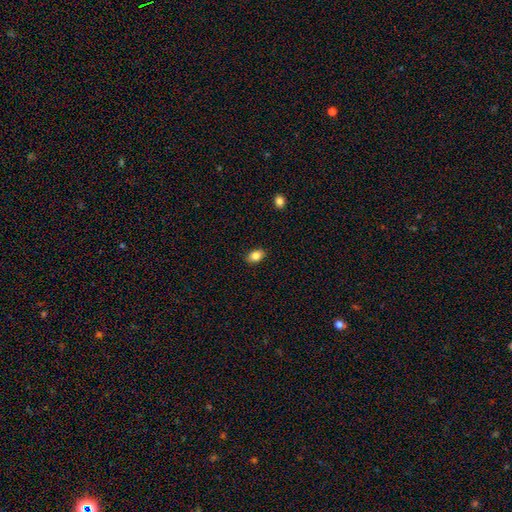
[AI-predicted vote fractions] A smooth galaxy with no disk features (85%) that is in between round and cigar-shaped (84%).

Vote fractions:
- Smooth or featured? smooth: 85% / star or artifact: 9% / featured or disk: 6%
- How rounded? in between: 84% / round: 15% / cigar-shaped: 1%
- Merging? none: 88% / minor disturbance: 9% / major disturbance: 2% / merger: 1%